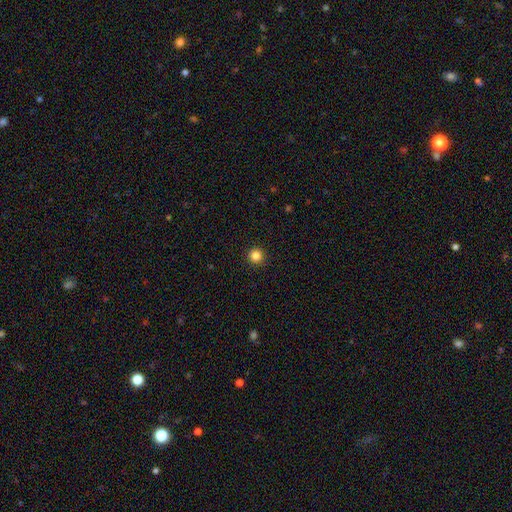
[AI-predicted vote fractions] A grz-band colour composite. It shows a smooth galaxy with no disk features (84%) that is round (96%). Merging: none (93%).